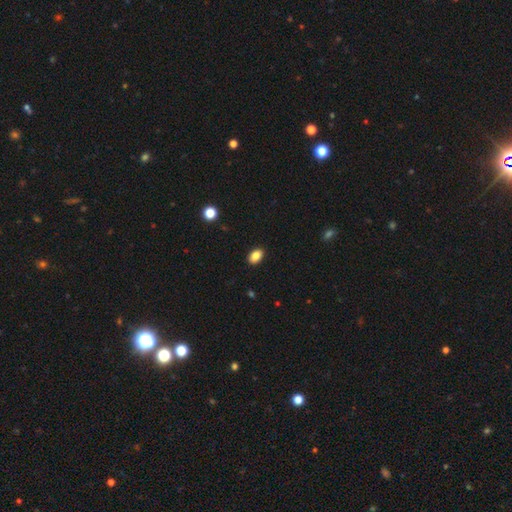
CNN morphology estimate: This appears to be a smooth galaxy with no disk features (87%) that is in between round and cigar-shaped (86%). Merging: none (90%).